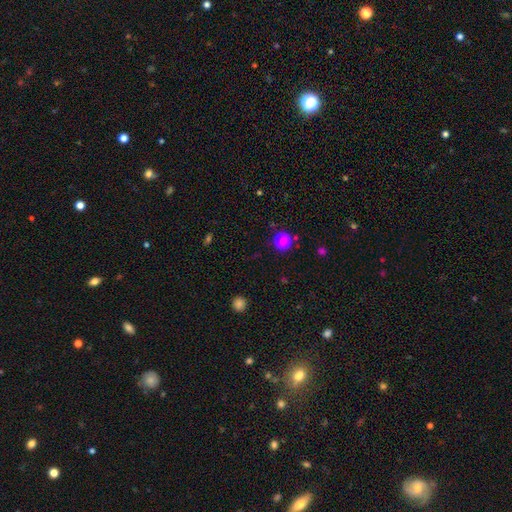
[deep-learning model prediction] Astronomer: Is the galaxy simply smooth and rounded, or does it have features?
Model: smooth — 62%.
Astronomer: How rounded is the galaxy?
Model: round — 90%.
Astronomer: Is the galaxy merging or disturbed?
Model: none — 86%.